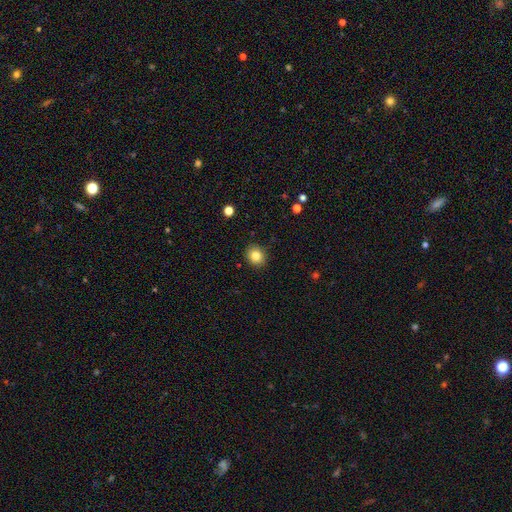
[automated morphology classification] Overall: smooth (83%). How rounded: round (76%). Merging: none (89%).